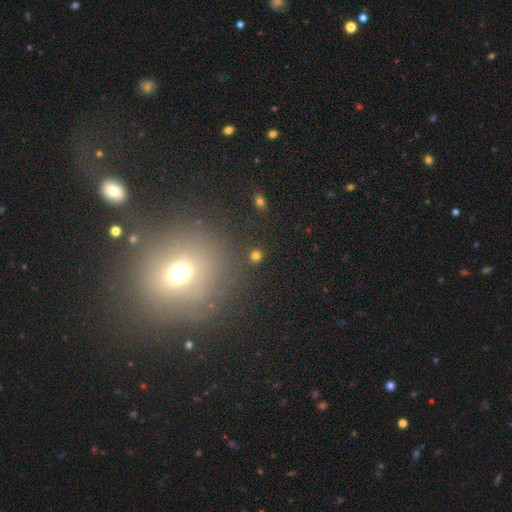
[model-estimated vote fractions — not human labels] A smooth galaxy with no disk features (77%) that is round (87%).

Vote fractions:
- Smooth or featured? smooth: 77% / star or artifact: 18% / featured or disk: 5%
- How rounded? round: 87% / in between: 12% / cigar-shaped: 1%
- Merging? none: 88% / minor disturbance: 6% / merger: 3% / major disturbance: 3%